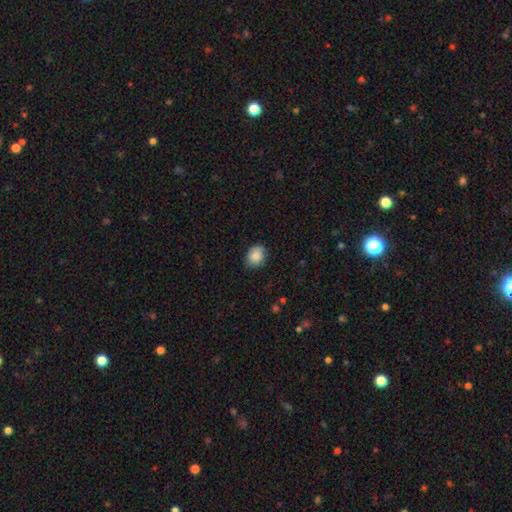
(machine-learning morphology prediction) smooth_or_featured: smooth (p=0.87) [alt: star or artifact p=0.08]
how_rounded: in between (p=0.53) [alt: round p=0.46]
merging: none (p=0.84) [alt: minor disturbance p=0.13]